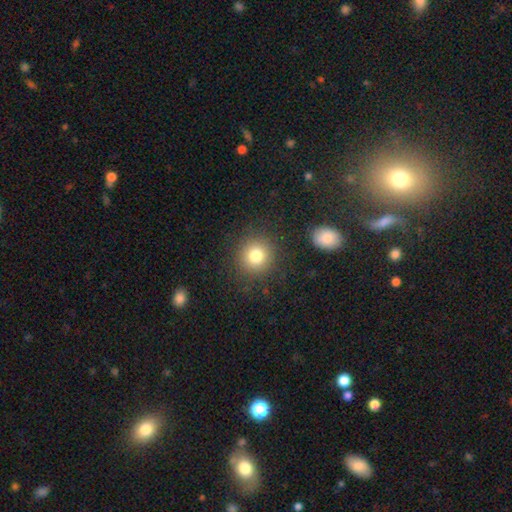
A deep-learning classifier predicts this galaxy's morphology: A smooth galaxy with no disk features (80%) that is round (92%). Merging: none (88%).